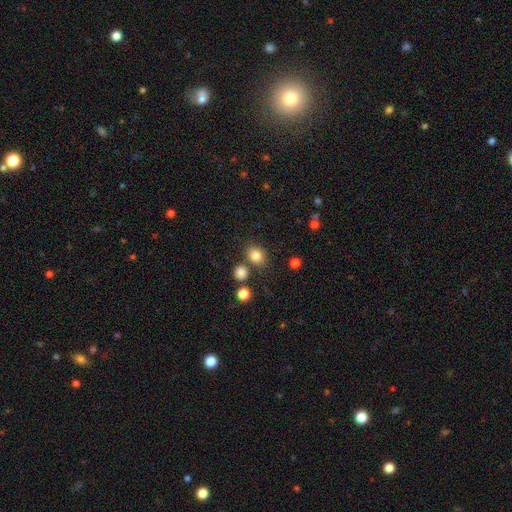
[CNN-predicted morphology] Smooth or featured: smooth — 83% (star or artifact — 11%)
How rounded: round — 60% (in between — 39%)
Merging: none — 75% (minor disturbance — 11%)